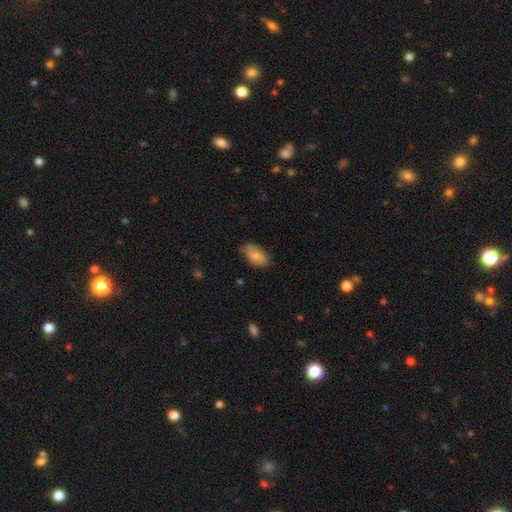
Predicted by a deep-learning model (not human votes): Overall: smooth (80%). How rounded: in between (93%). Merging: none (65%; minor disturbance 28%).